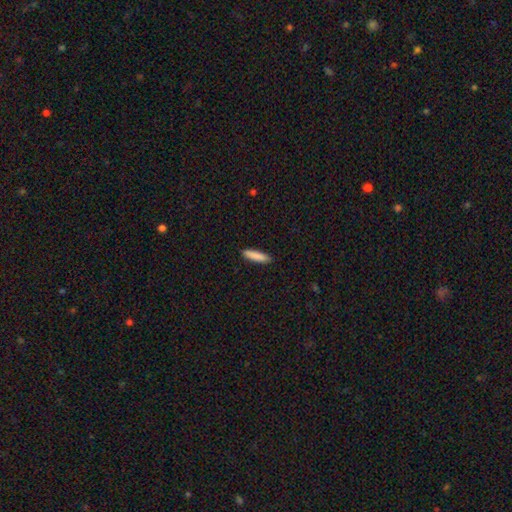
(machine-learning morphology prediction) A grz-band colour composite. It shows a smooth galaxy with no disk features (87%) that is cigar-shaped (80%). Merging: none (90%).